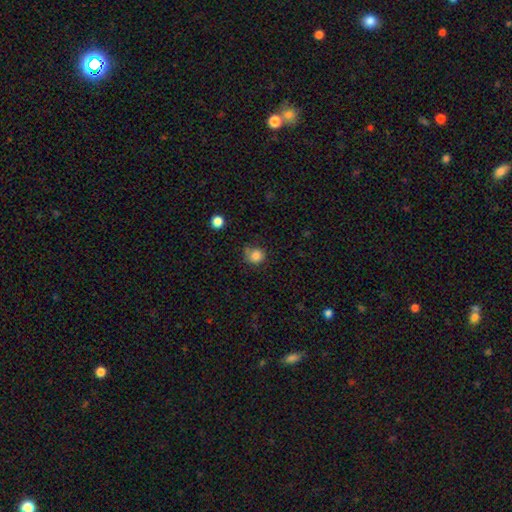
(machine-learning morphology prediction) type=smooth (83%); roundness=round (85%); merging=none (74%).